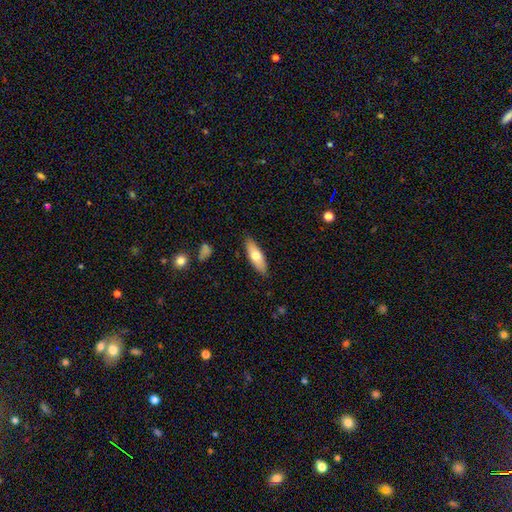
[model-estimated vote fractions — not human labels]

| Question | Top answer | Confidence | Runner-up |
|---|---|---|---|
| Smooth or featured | smooth | 66% | featured or disk (28%) |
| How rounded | in between | 56% | cigar-shaped (42%) |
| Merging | none | 87% | minor disturbance (10%) |